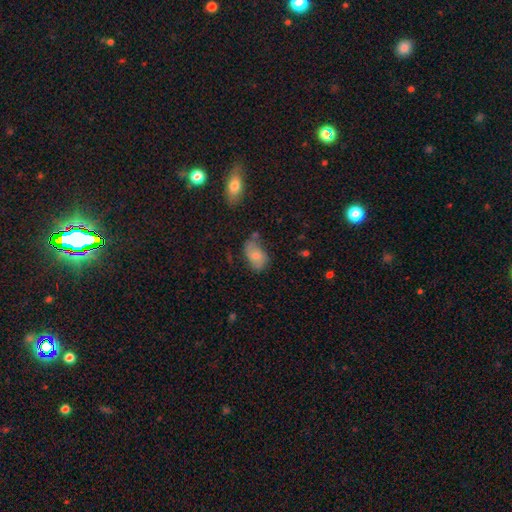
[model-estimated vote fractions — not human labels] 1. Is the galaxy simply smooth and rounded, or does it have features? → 66% smooth, 26% featured or disk, 8% star or artifact.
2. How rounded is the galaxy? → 90% in between, 8% round, 2% cigar-shaped.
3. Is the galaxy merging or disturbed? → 54% none, 28% minor disturbance, 10% major disturbance, 8% merger.